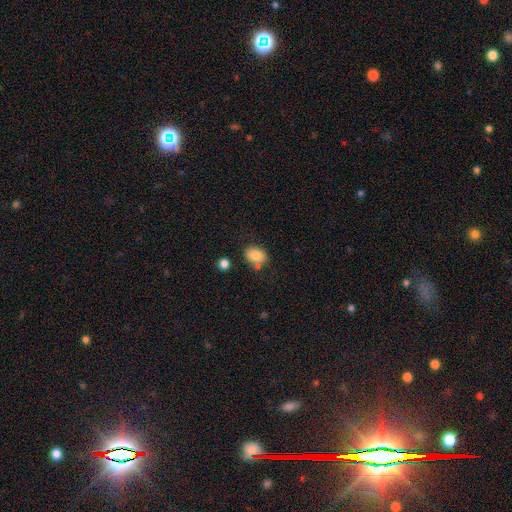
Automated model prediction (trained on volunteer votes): Q: Smooth or featured?
A: smooth (83%); runner-up: star or artifact (9%)
Q: How rounded?
A: in between (58%); runner-up: round (41%)
Q: Merging?
A: none (65%); runner-up: minor disturbance (17%)